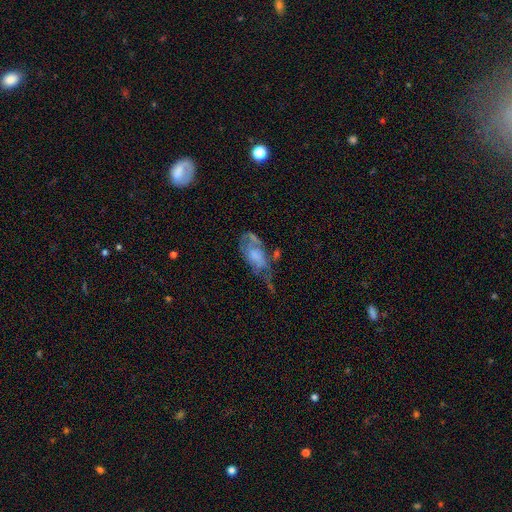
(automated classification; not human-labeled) The model was most divided on "spiral arms": yes: 52%, no: 48%. Remaining: edge-on disk — no (92%); bar — no (78%); smooth or featured — featured or disk (55%); merging — major disturbance (39%); bulge size — none (32%).